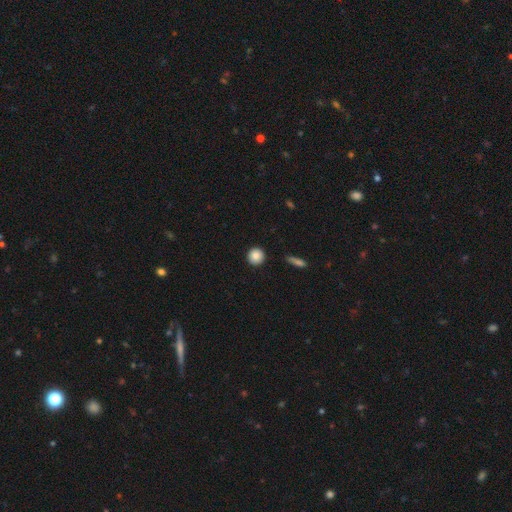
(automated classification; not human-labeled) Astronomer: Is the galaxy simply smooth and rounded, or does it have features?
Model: smooth — 87%.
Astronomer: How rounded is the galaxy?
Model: round — 93%.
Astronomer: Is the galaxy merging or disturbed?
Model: none — 91%.